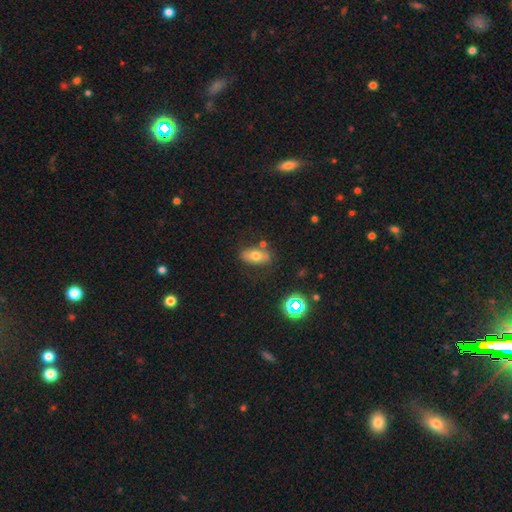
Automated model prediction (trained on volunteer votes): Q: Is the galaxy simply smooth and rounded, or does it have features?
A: smooth — 64%.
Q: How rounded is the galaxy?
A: in between — 80%.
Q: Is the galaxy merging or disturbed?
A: none — 76%.